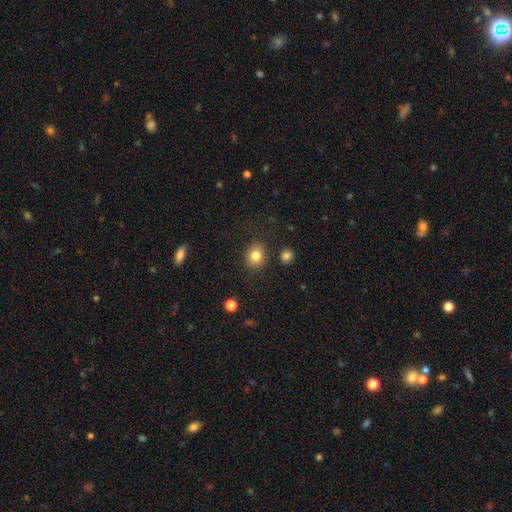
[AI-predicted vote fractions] Q: Smooth or featured?
A: smooth (83%); runner-up: star or artifact (10%)
Q: How rounded?
A: round (63%); runner-up: in between (36%)
Q: Merging?
A: none (84%); runner-up: minor disturbance (10%)